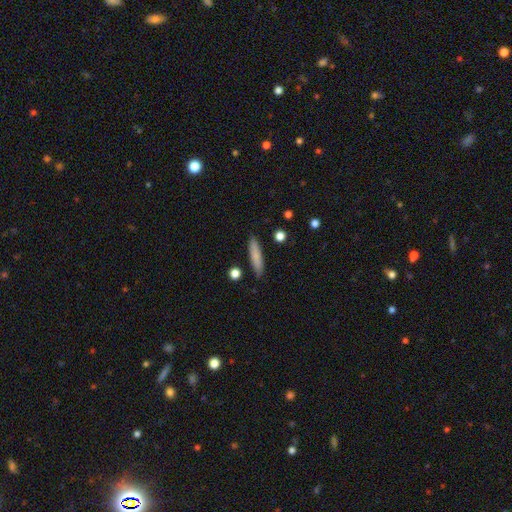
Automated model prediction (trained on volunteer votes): Q: Smooth or featured?
A: smooth (81%); runner-up: featured or disk (12%)
Q: How rounded?
A: cigar-shaped (85%); runner-up: in between (13%)
Q: Merging?
A: none (88%); runner-up: minor disturbance (8%)